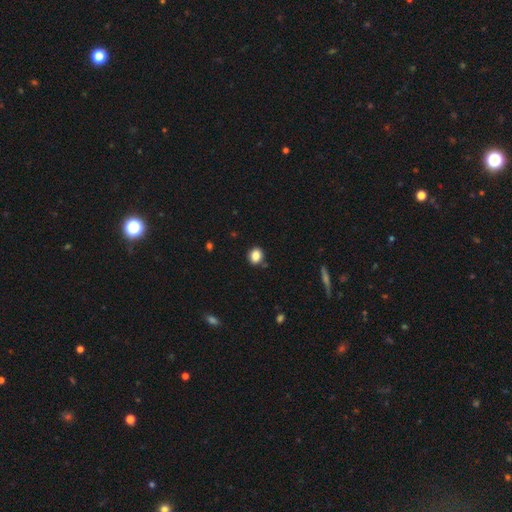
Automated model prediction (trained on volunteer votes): A smooth galaxy with no disk features (85%) that is round (58%).

Vote fractions:
- Smooth or featured? smooth: 85% / star or artifact: 10% / featured or disk: 5%
- How rounded? round: 58% / in between: 41% / cigar-shaped: 1%
- Merging? none: 86% / minor disturbance: 9% / merger: 3% / major disturbance: 2%